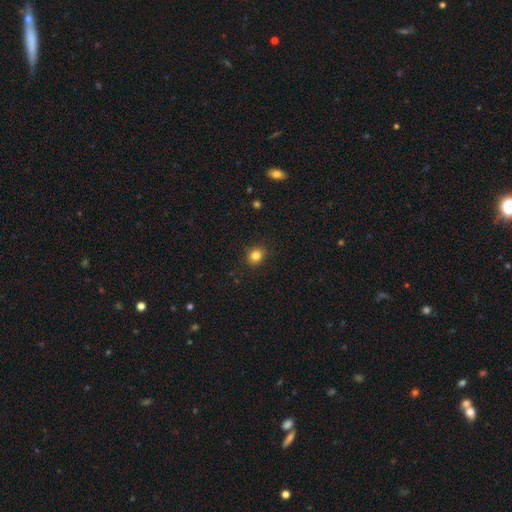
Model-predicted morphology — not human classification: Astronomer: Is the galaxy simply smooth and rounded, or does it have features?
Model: smooth — 83%.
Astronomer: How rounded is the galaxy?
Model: round — 69%.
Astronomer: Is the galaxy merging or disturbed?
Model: none — 89%.